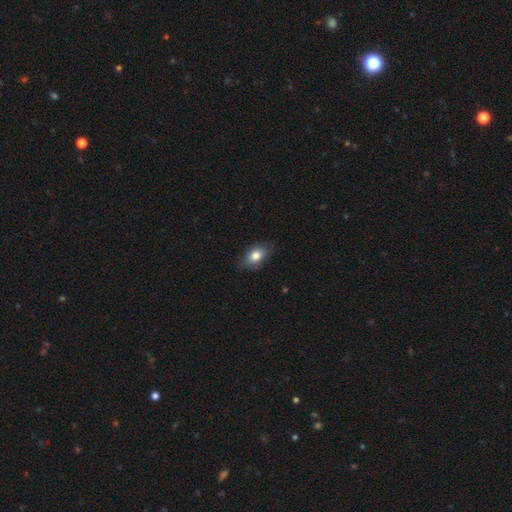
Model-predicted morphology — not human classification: Smooth or featured? Predicted: smooth (p=0.81). How rounded? Predicted: in between (p=0.87). Merging? Predicted: none (p=0.84).